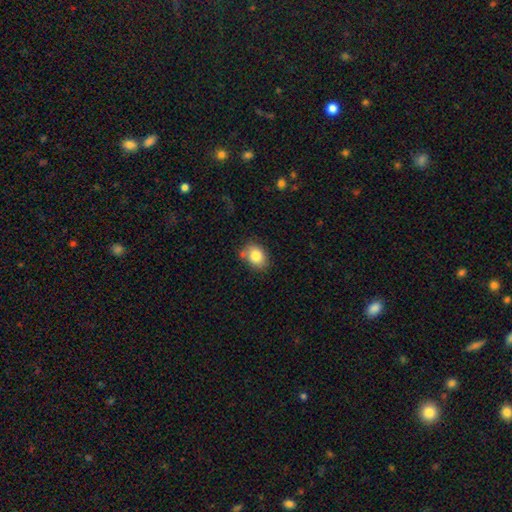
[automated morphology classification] This appears to be a smooth galaxy with no disk features (83%) that is in between round and cigar-shaped (60%). Merging: none (72%).